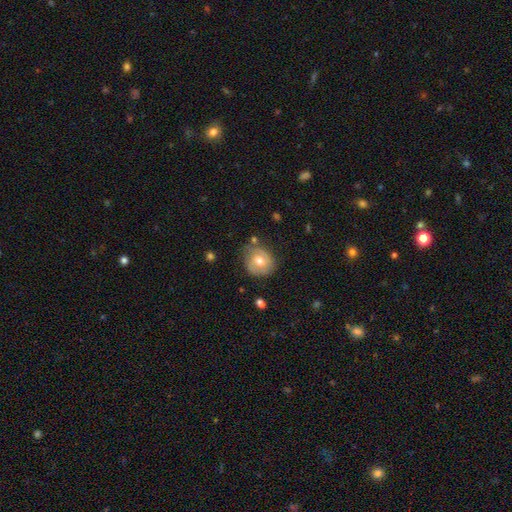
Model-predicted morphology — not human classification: Smooth or featured? smooth (53%)
How rounded? round (83%)
Merging? none (76%)